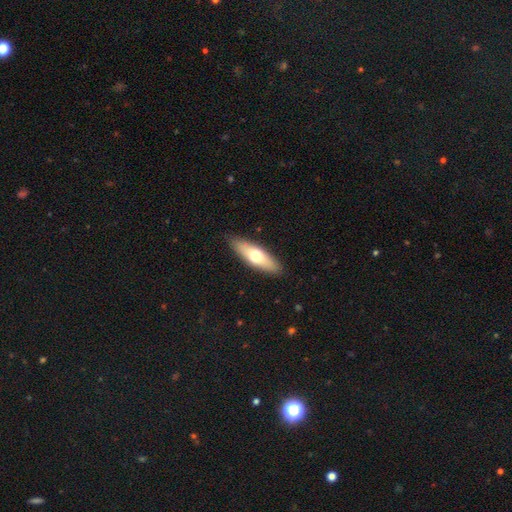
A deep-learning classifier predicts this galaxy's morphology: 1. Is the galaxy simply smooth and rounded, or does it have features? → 61% smooth, 33% featured or disk, 6% star or artifact.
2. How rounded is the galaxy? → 49% in between, 48% cigar-shaped, 2% round.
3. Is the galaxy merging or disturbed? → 88% none, 9% minor disturbance, 2% major disturbance, 1% merger.